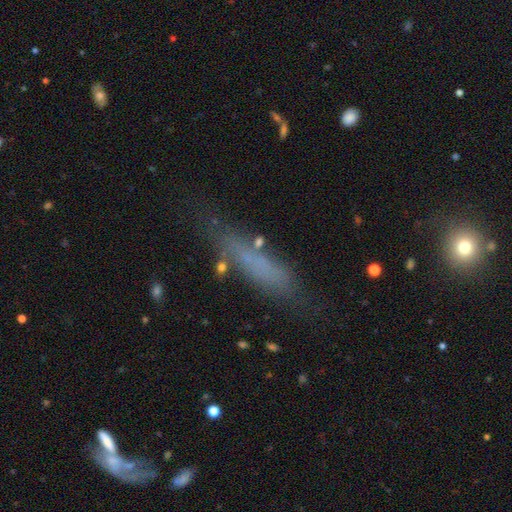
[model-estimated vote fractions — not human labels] This appears to be a smooth galaxy with no disk features (59%) that is cigar-shaped (78%). Merging: none (64%).